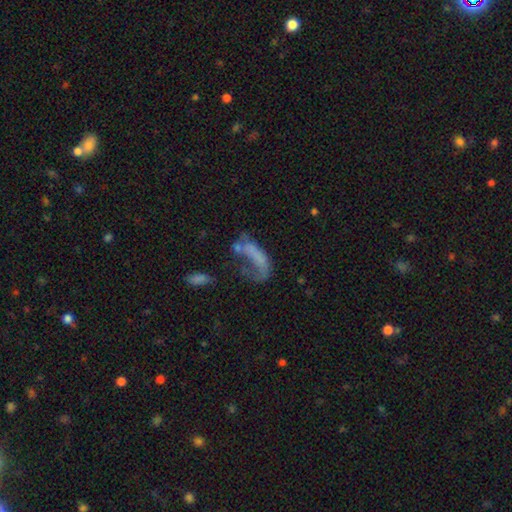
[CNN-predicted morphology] This is possibly a smooth galaxy (48%). Merging: possibly major disturbance (48%).